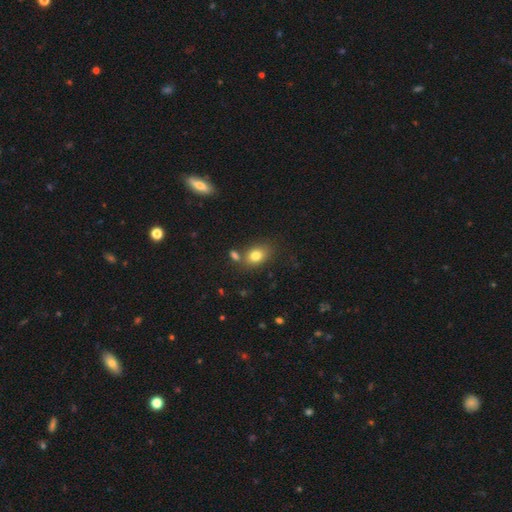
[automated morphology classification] This is clearly a smooth galaxy (80%). How rounded: likely in between (74%). Merging: likely none (67%).